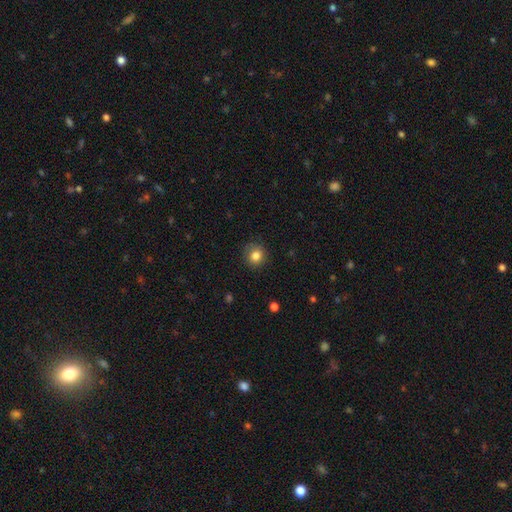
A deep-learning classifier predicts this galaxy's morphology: A smooth galaxy with no disk features (83%) that is round (87%).

Vote fractions:
- Smooth or featured? smooth: 83% / star or artifact: 11% / featured or disk: 6%
- How rounded? round: 87% / in between: 13% / cigar-shaped: 1%
- Merging? none: 84% / minor disturbance: 12% / major disturbance: 3% / merger: 1%